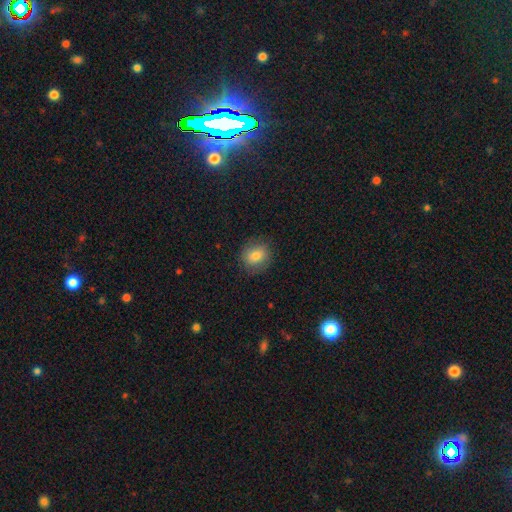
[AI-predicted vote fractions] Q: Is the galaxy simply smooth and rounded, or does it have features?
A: smooth — 77%.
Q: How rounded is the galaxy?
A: round — 72%.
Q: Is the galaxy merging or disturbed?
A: none — 83%.